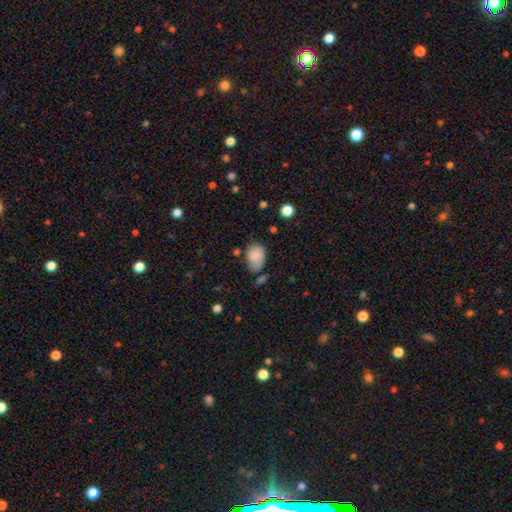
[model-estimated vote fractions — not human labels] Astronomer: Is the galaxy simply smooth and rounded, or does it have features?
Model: smooth — 83%.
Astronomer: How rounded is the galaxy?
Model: in between — 79%.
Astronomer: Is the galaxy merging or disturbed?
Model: none — 55% (runner-up: minor disturbance, 32%).